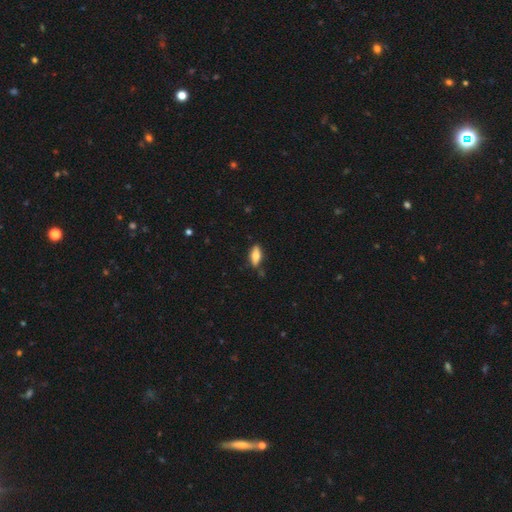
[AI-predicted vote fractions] Q: Smooth or featured?
A: smooth (67%); runner-up: featured or disk (26%)
Q: How rounded?
A: in between (72%); runner-up: cigar-shaped (25%)
Q: Merging?
A: none (76%); runner-up: minor disturbance (17%)